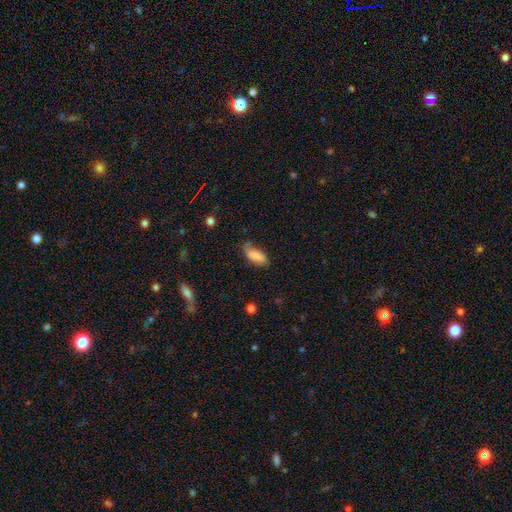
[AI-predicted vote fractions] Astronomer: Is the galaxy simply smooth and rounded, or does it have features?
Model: smooth — 68%.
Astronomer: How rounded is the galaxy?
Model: in between — 84%.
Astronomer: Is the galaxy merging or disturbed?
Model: none — 44% (runner-up: minor disturbance, 35%).